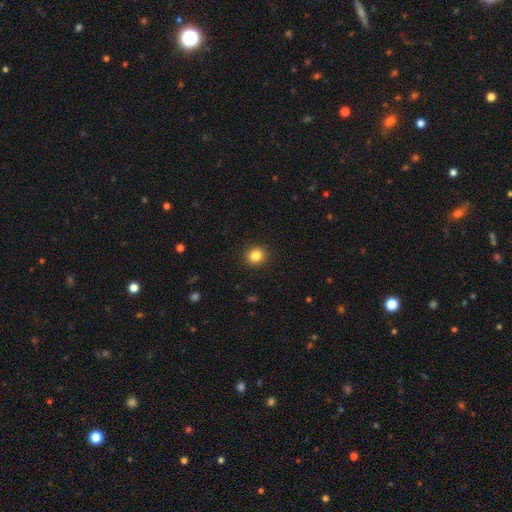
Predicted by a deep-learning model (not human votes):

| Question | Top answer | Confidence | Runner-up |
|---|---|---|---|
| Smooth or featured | smooth | 85% | star or artifact (10%) |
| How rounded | round | 80% | in between (19%) |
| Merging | none | 91% | minor disturbance (6%) |